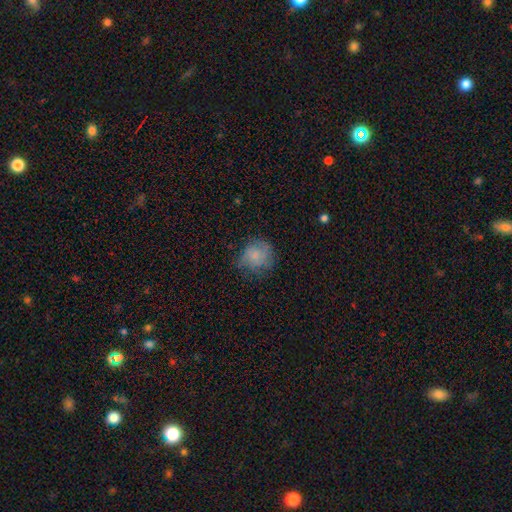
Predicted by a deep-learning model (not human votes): Q: Smooth or featured?
A: smooth (63%); runner-up: featured or disk (27%)
Q: How rounded?
A: round (83%); runner-up: in between (16%)
Q: Merging?
A: none (61%); runner-up: minor disturbance (26%)